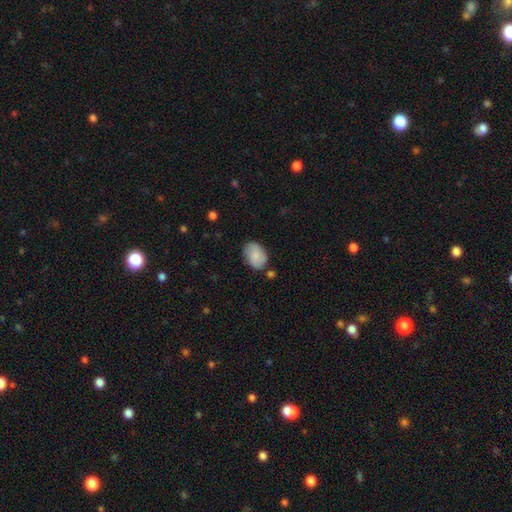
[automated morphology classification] Q: Smooth or featured?
A: smooth (77%); runner-up: featured or disk (17%)
Q: How rounded?
A: in between (83%); runner-up: round (16%)
Q: Merging?
A: none (73%); runner-up: minor disturbance (19%)